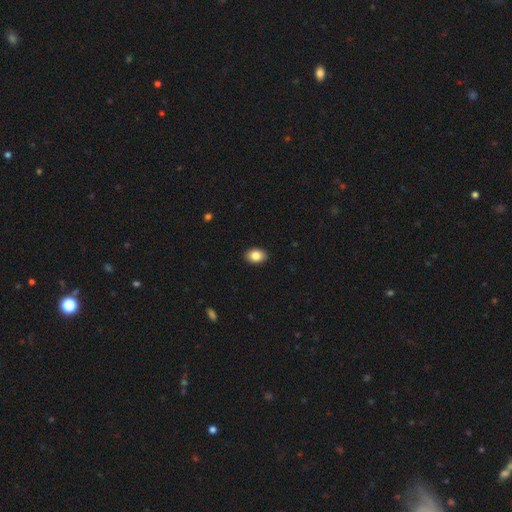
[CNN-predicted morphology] The model was most divided on "how rounded": in between: 79%, round: 19%, cigar-shaped: 1%. More confident: merging — none (90%); smooth or featured — smooth (85%).